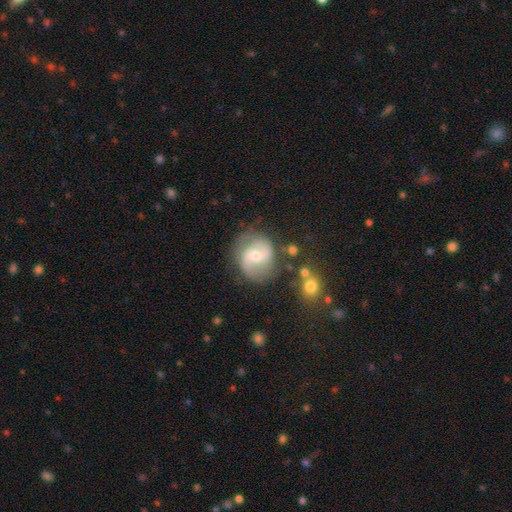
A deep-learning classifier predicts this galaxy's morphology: Smooth or featured: featured or disk — 74% (smooth — 19%)
Edge-on disk: no — 98% (yes — 2%)
Bar: weak — 46% (no — 39%)
Spiral arms: yes — 91% (no — 9%)
Spiral winding: medium — 50% (loose — 31%)
Spiral arm count: 2 — 88% (can't tell — 6%)
Bulge size: moderate — 53% (small — 42%)
Merging: none — 71% (minor disturbance — 17%)